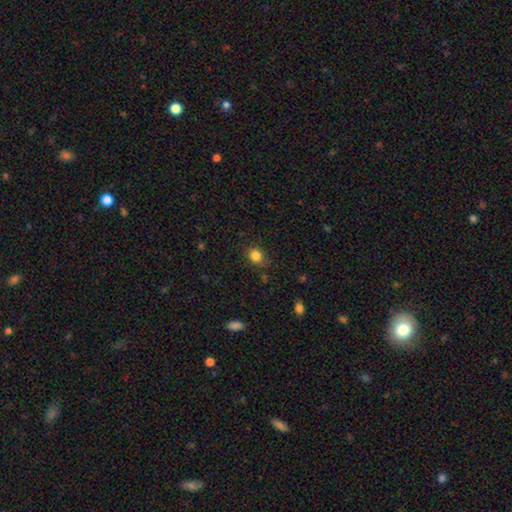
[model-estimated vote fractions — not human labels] smooth-or-featured: smooth: 84% | star or artifact: 11% | featured or disk: 5%
  how-rounded: round: 57% | in between: 41% | cigar-shaped: 1%
  merging: none: 79% | minor disturbance: 16% | major disturbance: 4% | merger: 2%